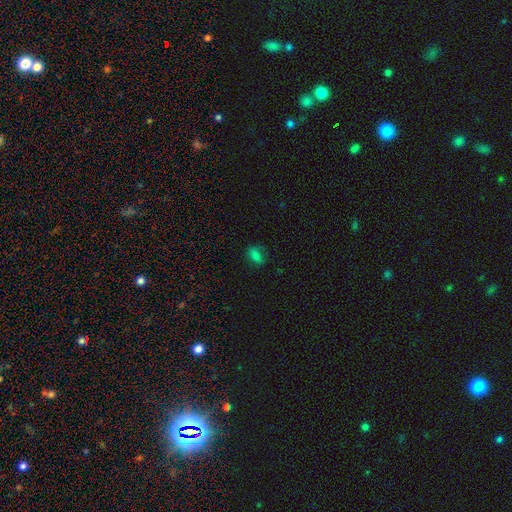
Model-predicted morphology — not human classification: Q: Smooth or featured?
A: smooth (72%); runner-up: star or artifact (18%)
Q: How rounded?
A: in between (78%); runner-up: round (16%)
Q: Merging?
A: none (77%); runner-up: minor disturbance (17%)